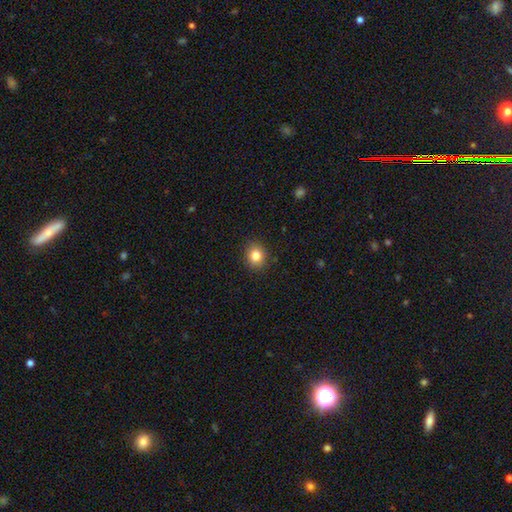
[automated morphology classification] Smooth or featured? smooth (83%)
How rounded? round (76%)
Merging? none (89%)